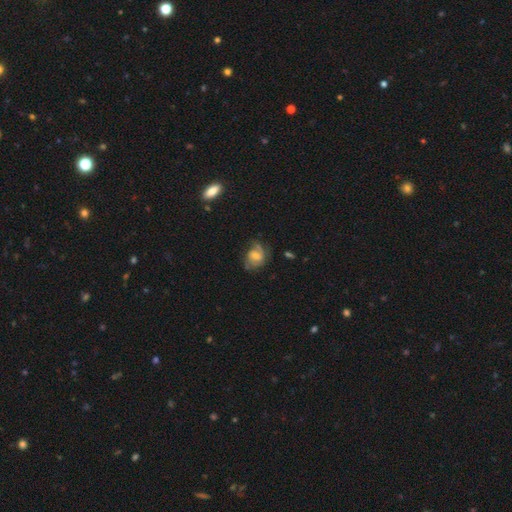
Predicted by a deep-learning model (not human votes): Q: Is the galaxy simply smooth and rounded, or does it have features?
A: featured or disk — 58%.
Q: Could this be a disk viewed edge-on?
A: no — 97%.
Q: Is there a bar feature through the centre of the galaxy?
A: weak — 44%, tied with no.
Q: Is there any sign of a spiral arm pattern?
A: yes — 83%.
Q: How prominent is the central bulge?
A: moderate — 43%.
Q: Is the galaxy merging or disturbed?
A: none — 54%.